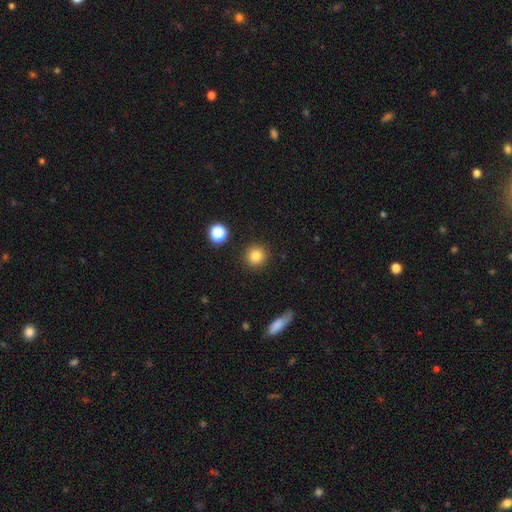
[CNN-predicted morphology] A smooth galaxy with no disk features (82%) that is round (94%). Merging: none (90%).